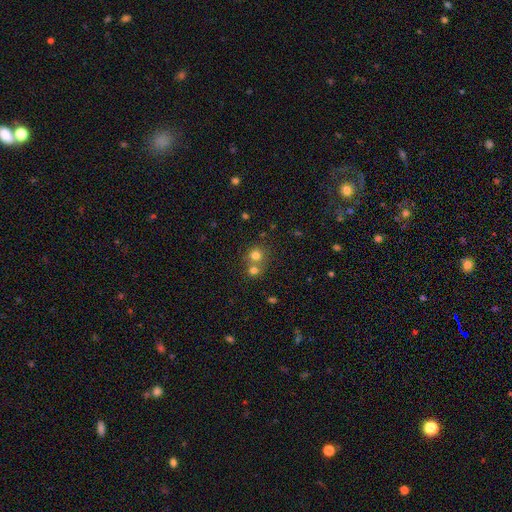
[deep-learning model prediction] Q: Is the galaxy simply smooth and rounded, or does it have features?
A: smooth — 75%.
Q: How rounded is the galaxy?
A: round — 85%.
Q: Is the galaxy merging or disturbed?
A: none — 47%.